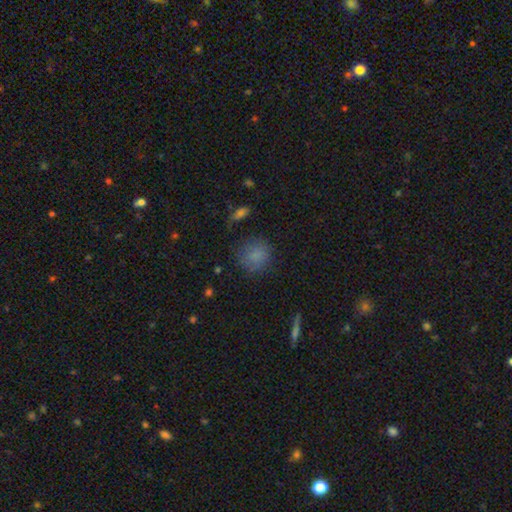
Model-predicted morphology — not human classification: This appears to be a smooth galaxy with no disk features (80%) that is round (87%). Merging: none (75%).